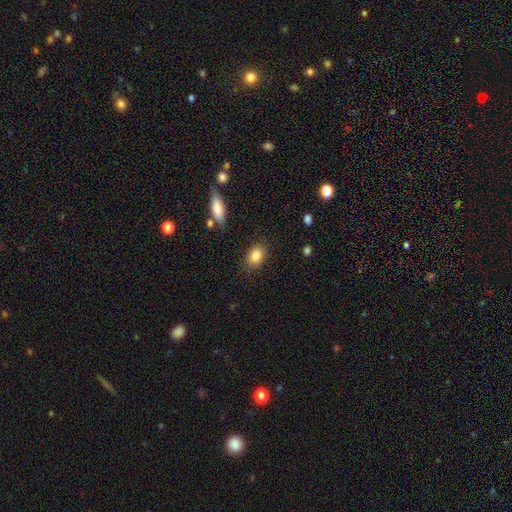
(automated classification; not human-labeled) Smooth or featured? Predicted: smooth (p=0.85). How rounded? Predicted: in between (p=0.71). Merging? Predicted: none (p=0.84).